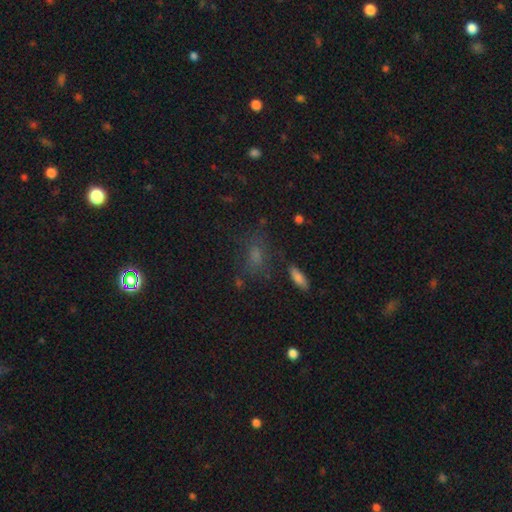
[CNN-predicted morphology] Smooth or featured? smooth (52%)
How rounded? in between (67%)
Merging? none (66%)